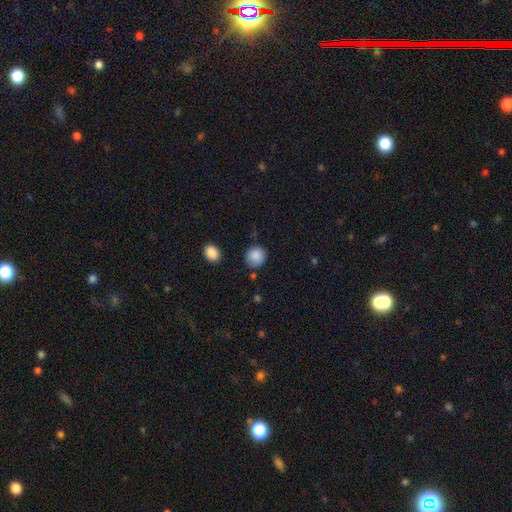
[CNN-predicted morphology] A smooth galaxy with no disk features (88%) that is round (84%). Merging: none (78%).